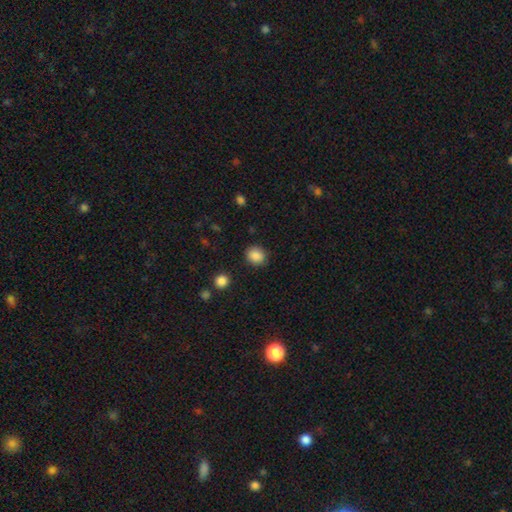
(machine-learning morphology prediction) smooth 87%, star or artifact 9%, featured or disk 4%. Down the decision tree: how rounded — round (72%); merging — none (87%).